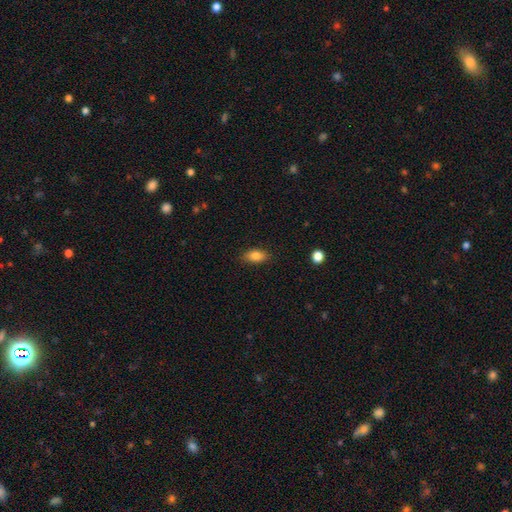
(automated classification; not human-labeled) A smooth galaxy with no disk features (84%) that is in between round and cigar-shaped (87%).

Vote fractions:
- Smooth or featured? smooth: 84% / star or artifact: 8% / featured or disk: 8%
- How rounded? in between: 87% / round: 7% / cigar-shaped: 6%
- Merging? none: 86% / minor disturbance: 10% / major disturbance: 2% / merger: 1%